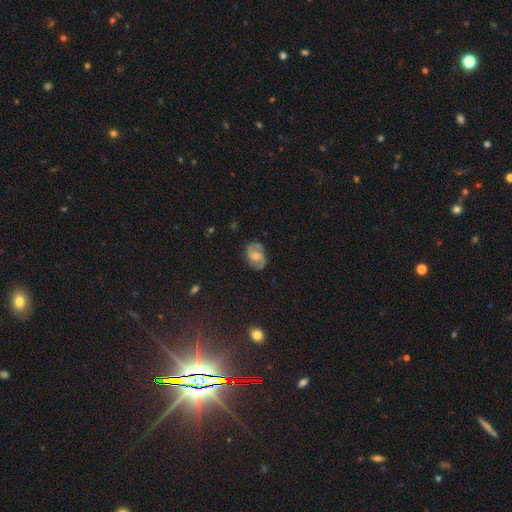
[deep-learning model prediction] A featured or disk galaxy (81%) with no bar (55%), 2 (90%) medium (52%) spiral arms (95%) and a moderate central bulge (58%).

Vote fractions:
- Smooth or featured? featured or disk: 81% / smooth: 12% / star or artifact: 7%
- Edge-on disk? no: 97% / yes: 3%
- Bar? no: 55% / weak: 37% / strong: 7%
- Spiral arms? yes: 95% / no: 5%
- Spiral winding? medium: 52% / tight: 32% / loose: 15%
- Spiral arm count? 2: 90% / can't tell: 5% / 3: 2% / 1: 2% / 4: 1% / more than 4: 1%
- Bulge size? moderate: 58% / small: 31% / large: 5% / none: 4% / dominant: 1%
- Merging? none: 80% / minor disturbance: 14% / major disturbance: 4% / merger: 1%